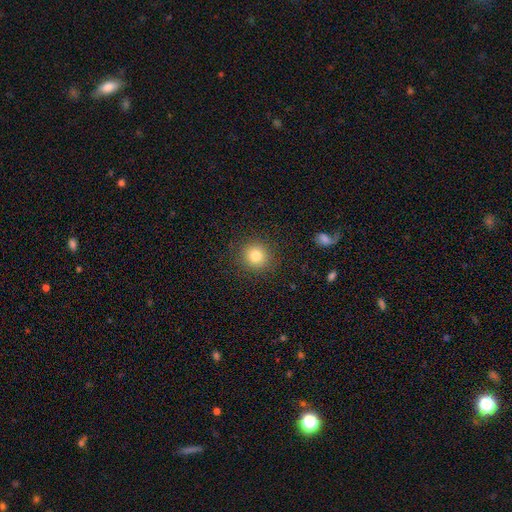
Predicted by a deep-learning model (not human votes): Smooth or featured? smooth (81%)
How rounded? round (91%)
Merging? none (90%)